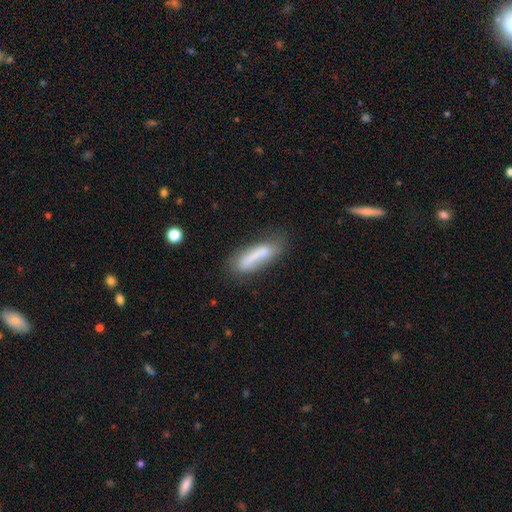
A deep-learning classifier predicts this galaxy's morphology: This appears to be a smooth galaxy with no disk features (66%) that is cigar-shaped (61%). Merging: none (52%).